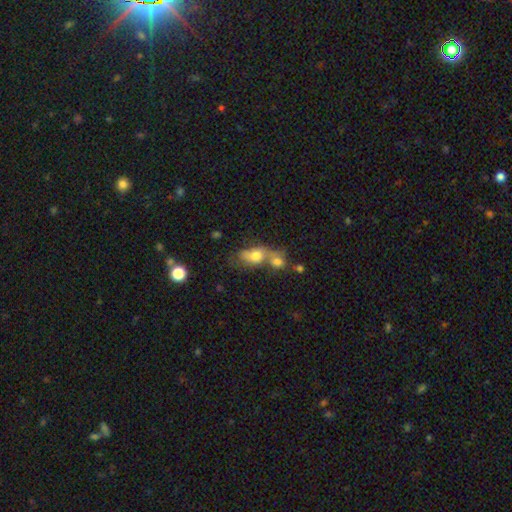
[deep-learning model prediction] smooth_or_featured: smooth (p=0.71) [alt: featured or disk p=0.19]
how_rounded: in between (p=0.72) [alt: round p=0.23]
merging: merger (p=0.63) [alt: none p=0.20]